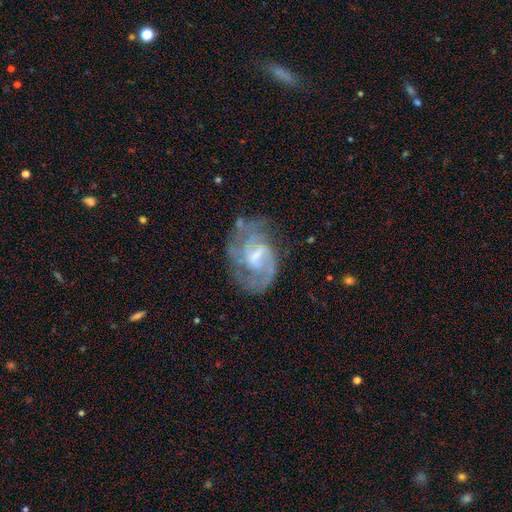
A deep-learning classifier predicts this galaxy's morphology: Smooth or featured? Predicted: featured or disk (p=0.81). Edge-on disk? Predicted: no (p=0.97). Bar? Predicted: weak (p=0.57). Spiral arms? Predicted: yes (p=0.88). Spiral winding? Predicted: medium (p=0.45). Spiral arm count? Predicted: 2 (p=0.47). Bulge size? Predicted: small (p=0.37). Merging? Predicted: none (p=0.54).